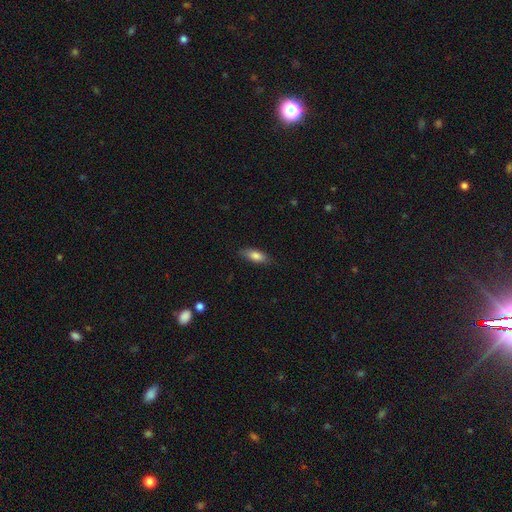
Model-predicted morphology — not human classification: Smooth or featured: smooth — 80% (featured or disk — 14%)
How rounded: in between — 72% (cigar-shaped — 25%)
Merging: none — 83% (minor disturbance — 14%)